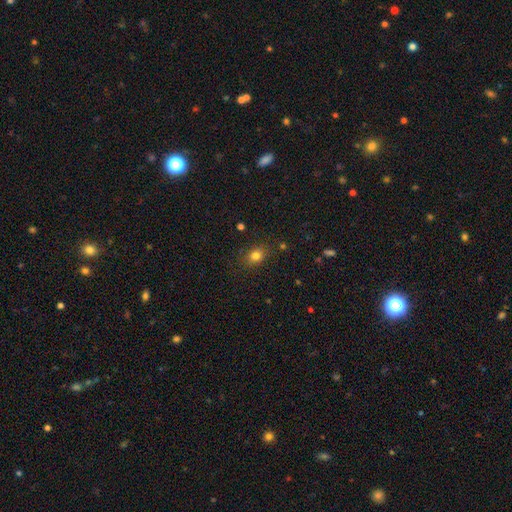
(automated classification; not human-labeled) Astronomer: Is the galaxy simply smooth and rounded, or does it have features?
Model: smooth — 79%.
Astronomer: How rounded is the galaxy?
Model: in between — 54% (runner-up: round, 45%).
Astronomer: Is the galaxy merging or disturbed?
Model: none — 84%.